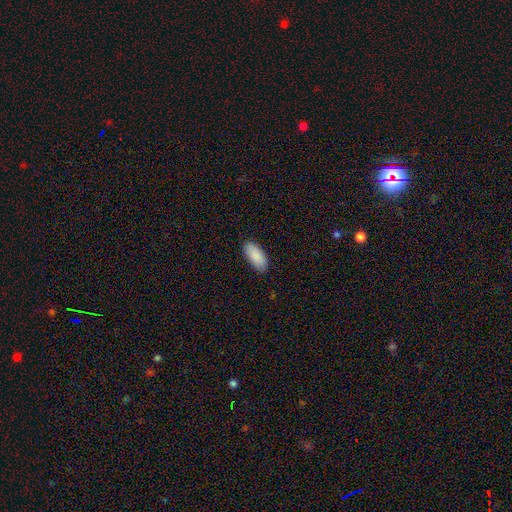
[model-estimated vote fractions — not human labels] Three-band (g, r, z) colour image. It shows a smooth galaxy with no disk features (90%) that is in between round and cigar-shaped (88%). Merging: none (86%).